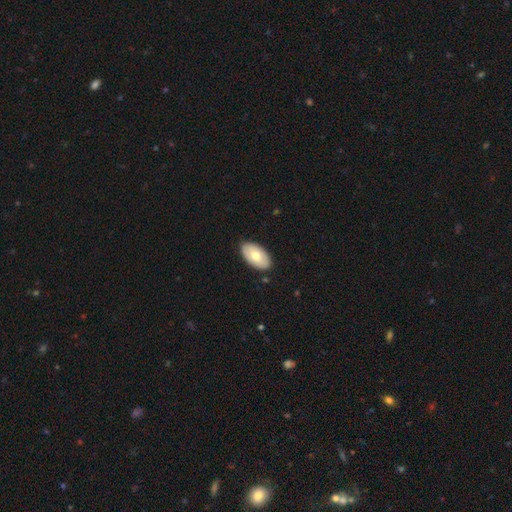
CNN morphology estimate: smooth-or-featured: smooth: 65% | featured or disk: 30% | star or artifact: 5%
  how-rounded: in between: 95% | round: 3% | cigar-shaped: 2%
  merging: none: 88% | minor disturbance: 9% | major disturbance: 2% | merger: 1%